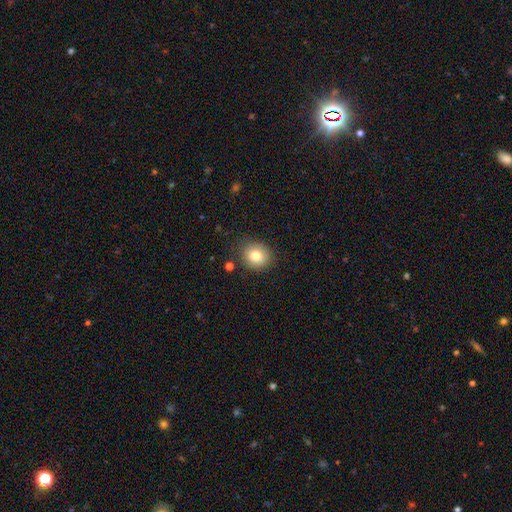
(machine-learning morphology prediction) type=smooth (81%); roundness=round (78%); merging=none (84%).